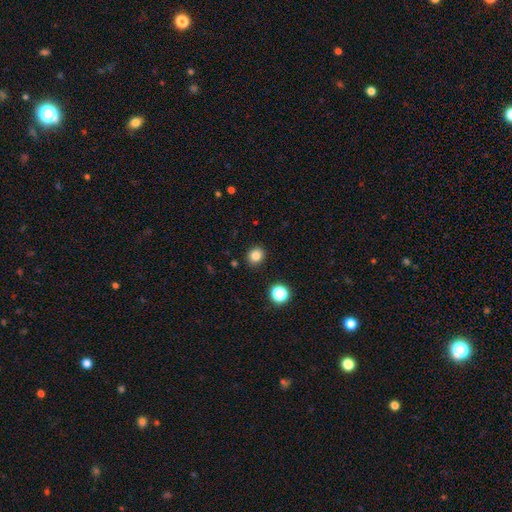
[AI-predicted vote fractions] Smooth or featured: smooth — 82% (star or artifact — 13%)
How rounded: round — 75% (in between — 24%)
Merging: none — 89% (minor disturbance — 7%)